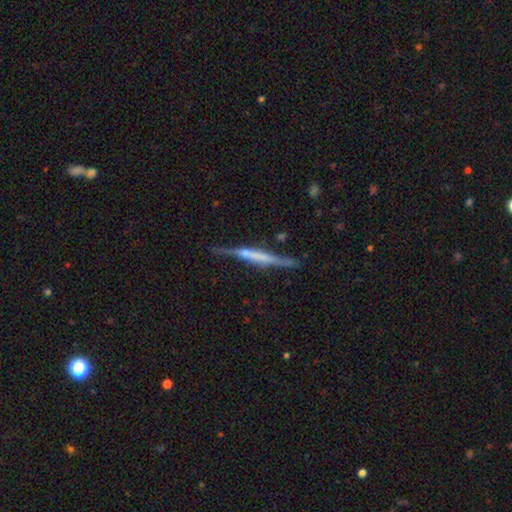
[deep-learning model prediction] This appears to be a featured or disk galaxy (64%) viewed edge-on (96%) with no central bulge (53%). Merging: none (78%).